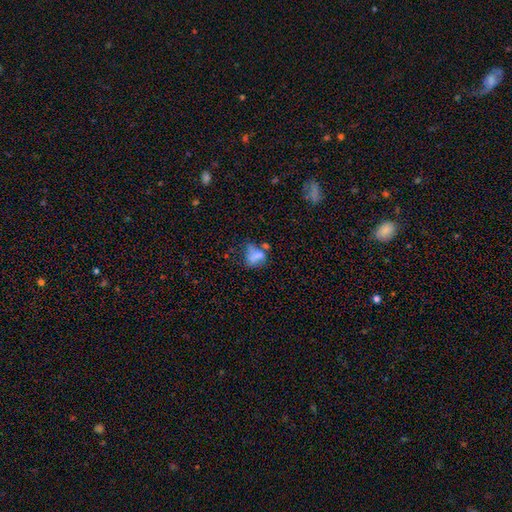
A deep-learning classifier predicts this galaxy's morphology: Smooth or featured? Predicted: smooth (p=0.58). How rounded? Predicted: in between (p=0.66). Merging? Predicted: none (p=0.29).